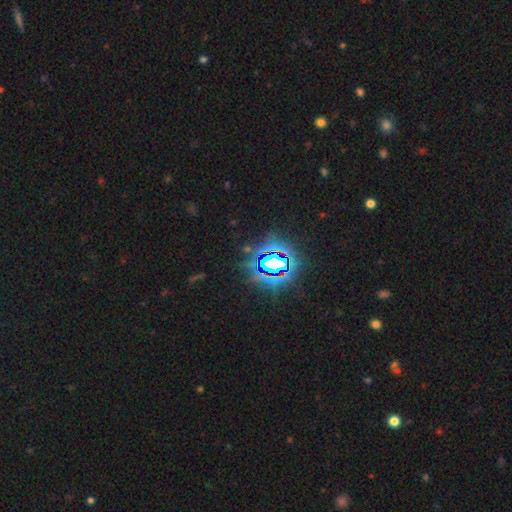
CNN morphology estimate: The model was most divided on "smooth or featured": star or artifact: 82%, smooth: 11%, featured or disk: 7%.